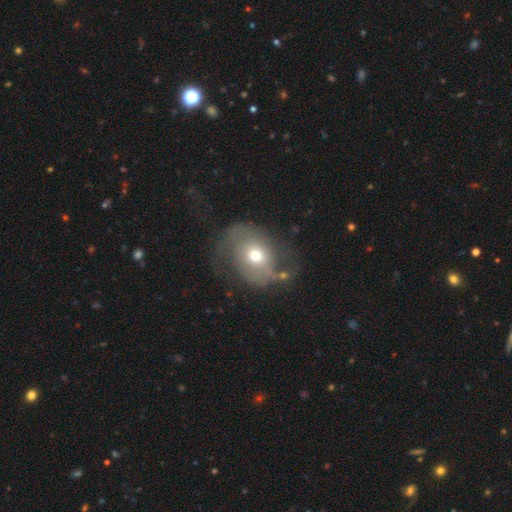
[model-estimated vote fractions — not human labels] Smooth or featured?
  - featured or disk: 58% *
  - smooth: 33%
  - star or artifact: 9%
Edge-on disk?
  - no: 96% *
  - yes: 4%
Bar?
  - no: 70% *
  - weak: 22%
  - strong: 8%
Spiral arms?
  - yes: 71% *
  - no: 29%
Bulge size?
  - moderate: 60% *
  - small: 31%
  - large: 6%
  - dominant: 2%
  - none: 1%
Merging?
  - none: 49% *
  - major disturbance: 25%
  - minor disturbance: 23%
  - merger: 4%